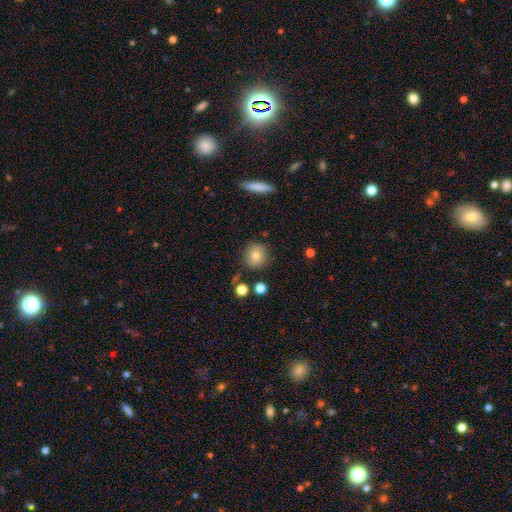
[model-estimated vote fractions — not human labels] The model was most divided on "smooth or featured": smooth: 77%, featured or disk: 12%, star or artifact: 10%. More confident: how rounded — round (90%); merging — none (85%).